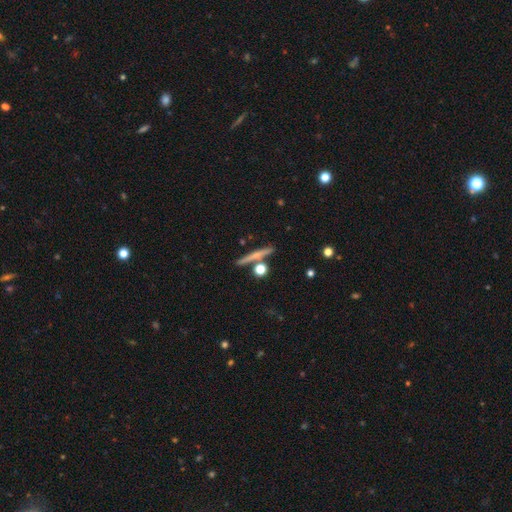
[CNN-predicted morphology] smooth 50%, featured or disk 42%, star or artifact 9%. Down the decision tree: merging — none (79%).